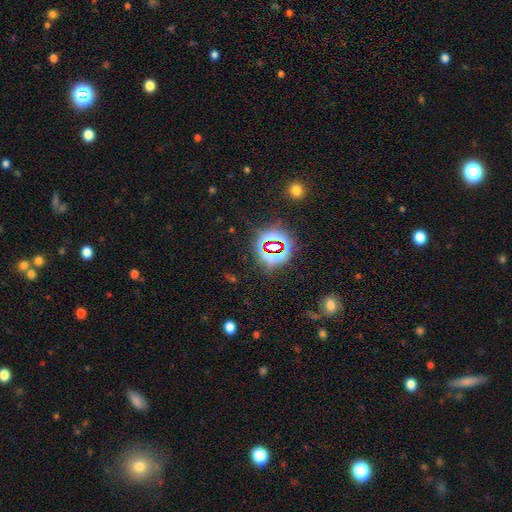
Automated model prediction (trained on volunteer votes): smooth-or-featured: star or artifact: 79% | smooth: 13% | featured or disk: 8%